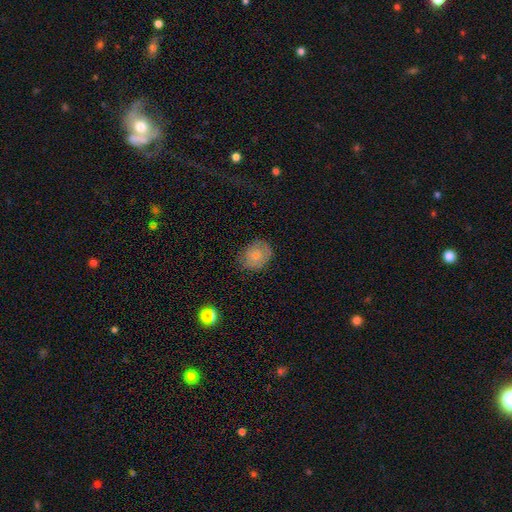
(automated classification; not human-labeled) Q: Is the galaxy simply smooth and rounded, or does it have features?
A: smooth — 77%.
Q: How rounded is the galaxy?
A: round — 64%.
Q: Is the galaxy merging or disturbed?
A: none — 78%.